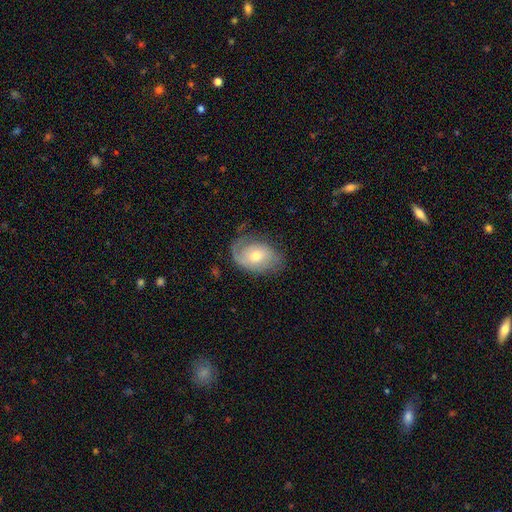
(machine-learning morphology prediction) Q: Smooth or featured?
A: featured or disk (60%); runner-up: smooth (34%)
Q: Edge-on disk?
A: no (94%); runner-up: yes (6%)
Q: Bar?
A: no (70%); runner-up: weak (26%)
Q: Spiral arms?
A: yes (82%); runner-up: no (18%)
Q: Bulge size?
A: moderate (61%); runner-up: small (33%)
Q: Merging?
A: none (60%); runner-up: minor disturbance (25%)